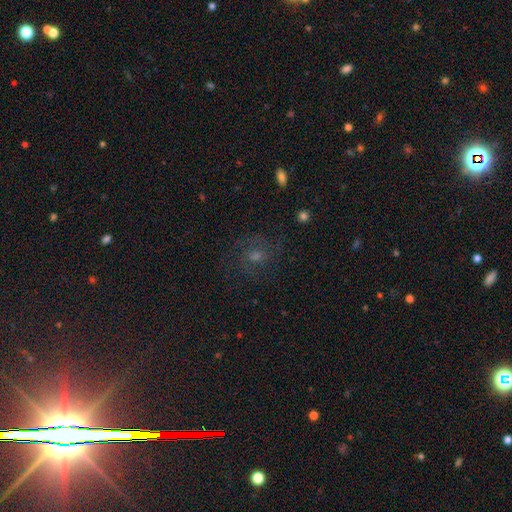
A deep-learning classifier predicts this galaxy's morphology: Smooth or featured: featured or disk — 55% (star or artifact — 23%)
Edge-on disk: no — 97% (yes — 3%)
Bar: no — 63% (weak — 32%)
Spiral arms: yes — 88% (no — 12%)
Bulge size: moderate — 49% (small — 37%)
Merging: none — 74% (minor disturbance — 14%)